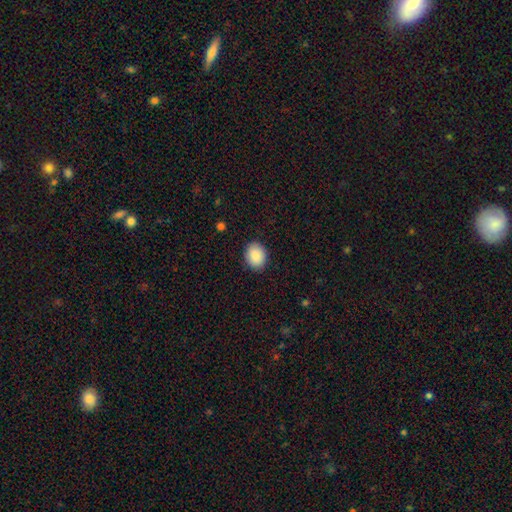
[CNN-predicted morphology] Smooth or featured?
  - smooth: 90% *
  - star or artifact: 7%
  - featured or disk: 3%
How rounded?
  - in between: 53% *
  - round: 46%
  - cigar-shaped: 1%
Merging?
  - none: 88% *
  - minor disturbance: 9%
  - major disturbance: 2%
  - merger: 1%